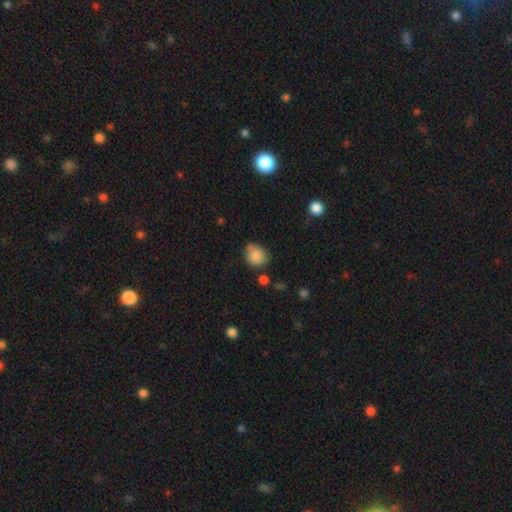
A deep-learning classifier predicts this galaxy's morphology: Smooth or featured?
  - smooth: 84% *
  - star or artifact: 9%
  - featured or disk: 7%
How rounded?
  - round: 68% *
  - in between: 31%
  - cigar-shaped: 1%
Merging?
  - none: 63% *
  - minor disturbance: 25%
  - merger: 7%
  - major disturbance: 5%